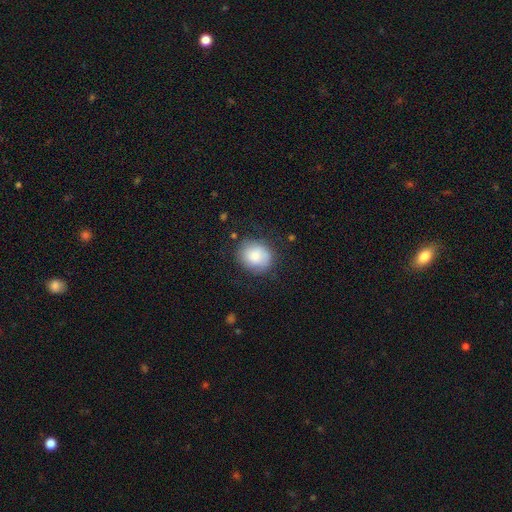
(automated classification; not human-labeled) Smooth or featured?
  - smooth: 78% *
  - featured or disk: 15%
  - star or artifact: 7%
How rounded?
  - round: 69% *
  - in between: 30%
  - cigar-shaped: 1%
Merging?
  - none: 76% *
  - minor disturbance: 17%
  - major disturbance: 6%
  - merger: 2%